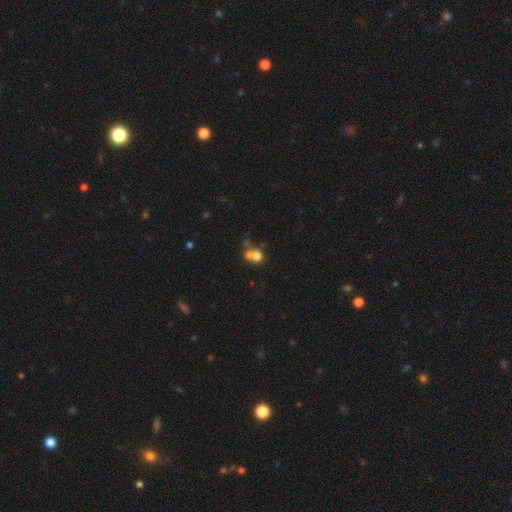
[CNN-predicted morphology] A smooth galaxy with no disk features (70%) that is round (72%). Merging: merger (55%).